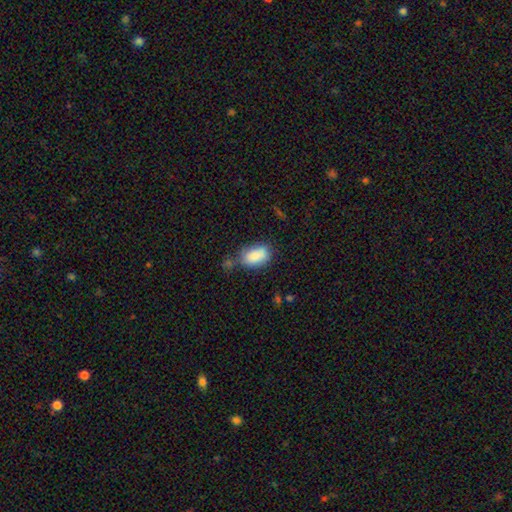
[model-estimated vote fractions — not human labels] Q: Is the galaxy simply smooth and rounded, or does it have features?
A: smooth — 86%.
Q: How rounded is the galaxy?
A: in between — 90%.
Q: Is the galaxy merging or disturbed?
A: none — 59%.